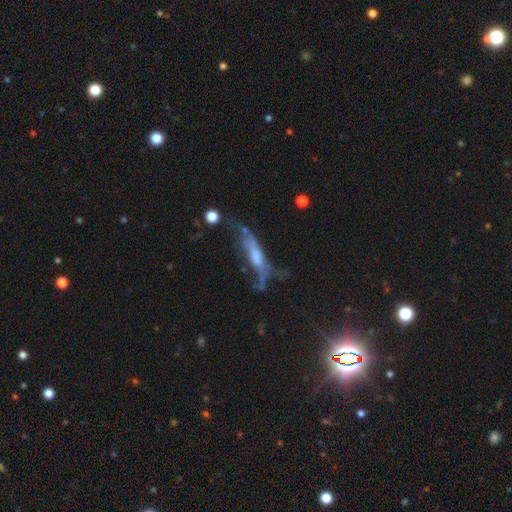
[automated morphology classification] A featured or disk galaxy (57%) viewed edge-on (54%).

Vote fractions:
- Smooth or featured? featured or disk: 57% / smooth: 31% / star or artifact: 13%
- Edge-on disk? yes: 54% / no: 46%
- Merging? none: 34% (tied) / major disturbance: 34% (tied) / minor disturbance: 23% / merger: 10%